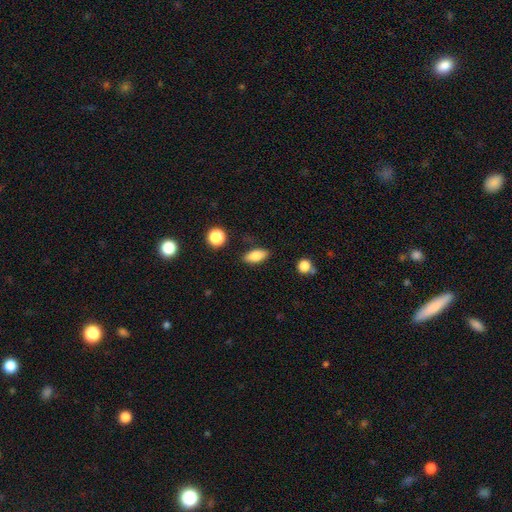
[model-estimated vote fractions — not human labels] A smooth galaxy with no disk features (82%) that is in between round and cigar-shaped (82%).

Vote fractions:
- Smooth or featured? smooth: 82% / featured or disk: 10% / star or artifact: 8%
- How rounded? in between: 82% / cigar-shaped: 13% / round: 5%
- Merging? none: 84% / minor disturbance: 11% / major disturbance: 3% / merger: 2%